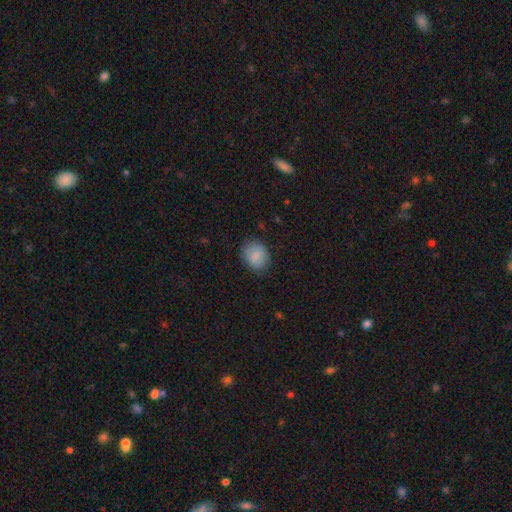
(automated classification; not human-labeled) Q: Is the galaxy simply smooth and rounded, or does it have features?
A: smooth — 83%.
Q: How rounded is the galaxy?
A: round — 52%.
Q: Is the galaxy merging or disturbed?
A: none — 78%.